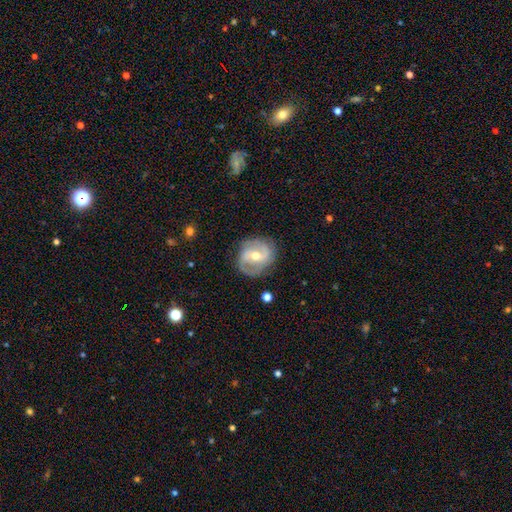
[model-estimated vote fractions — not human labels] Smooth or featured? featured or disk (76%)
Edge-on disk? no (97%)
Bar? weak (46%)
Spiral arms? yes (85%)
Spiral winding? medium (47%)
Spiral arm count? 2 (78%)
Bulge size? moderate (68%)
Merging? none (74%)